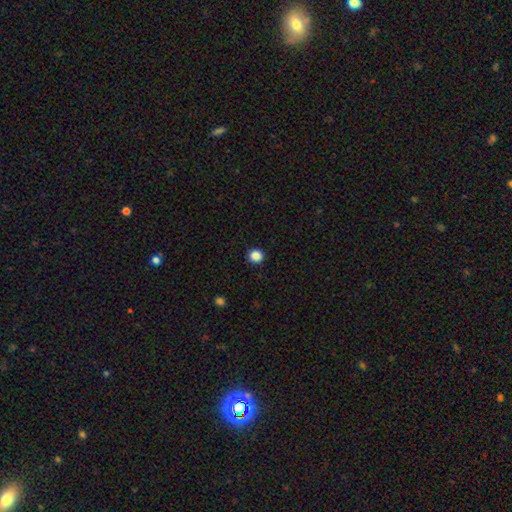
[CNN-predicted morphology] Smooth or featured: smooth — 86% (star or artifact — 11%)
How rounded: round — 92% (in between — 7%)
Merging: none — 93% (minor disturbance — 5%)